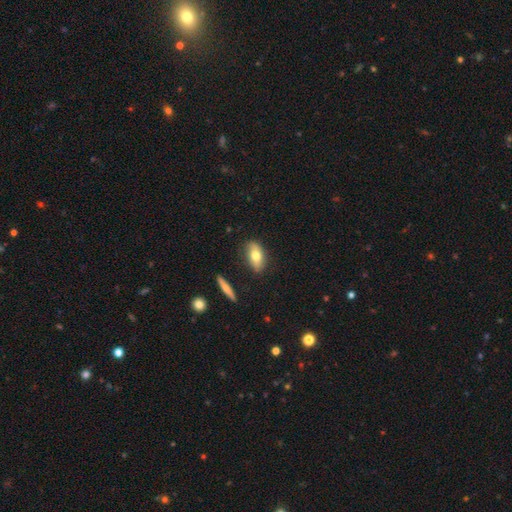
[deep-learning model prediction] Overall: smooth (70%). How rounded: in between (85%). Merging: none (79%).